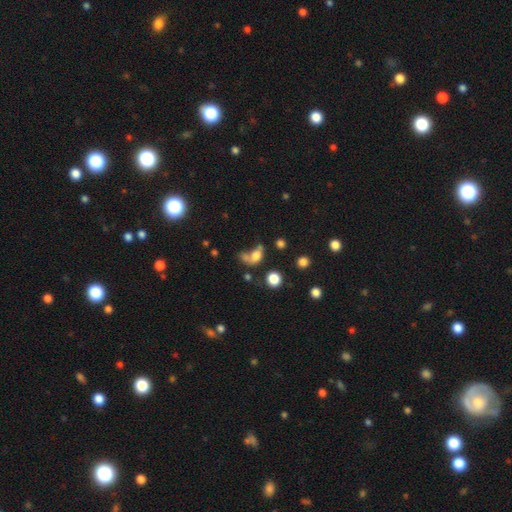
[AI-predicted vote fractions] Smooth or featured: smooth — 65% (featured or disk — 19%)
How rounded: in between — 66% (round — 30%)
Merging: merger — 34% (major disturbance — 28%)